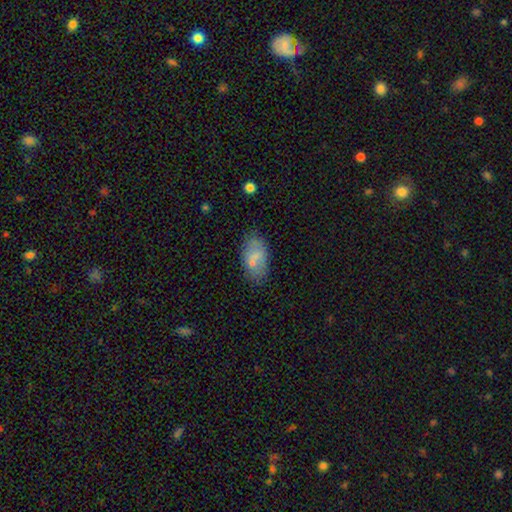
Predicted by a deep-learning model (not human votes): A smooth galaxy with no disk features (71%) that is in between round and cigar-shaped (92%).

Vote fractions:
- Smooth or featured? smooth: 71% / featured or disk: 20% / star or artifact: 9%
- How rounded? in between: 92% / round: 5% / cigar-shaped: 3%
- Merging? none: 67% / minor disturbance: 20% / major disturbance: 6% / merger: 6%